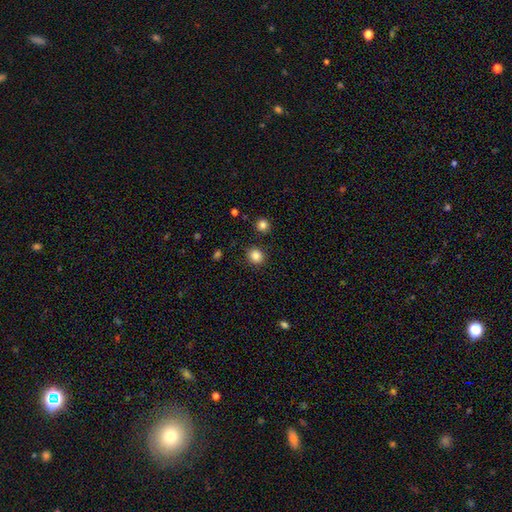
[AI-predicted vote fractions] Overall: smooth (85%). How rounded: round (83%). Merging: none (88%).